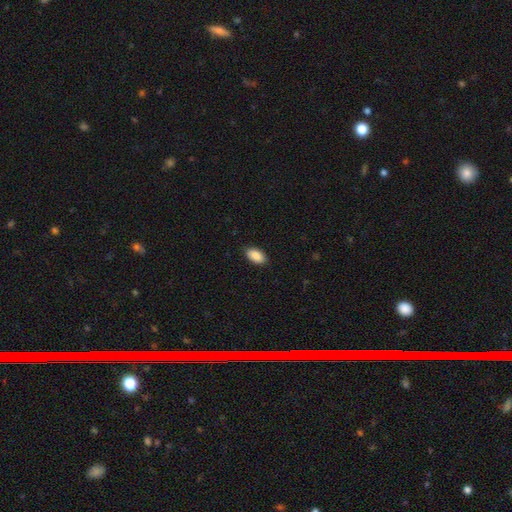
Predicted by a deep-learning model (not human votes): smooth 90%, star or artifact 6%, featured or disk 4%. Down the decision tree: how rounded — in between (94%); merging — none (88%).